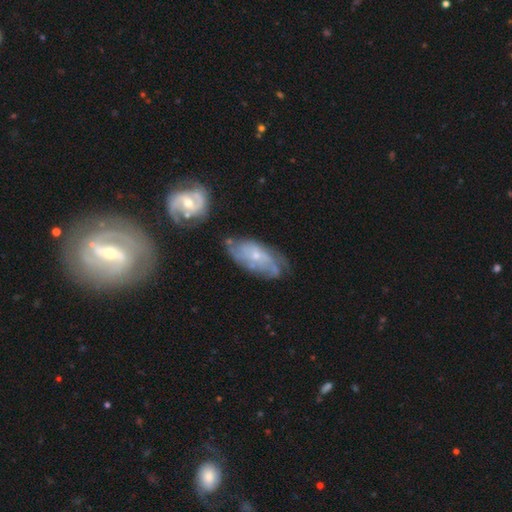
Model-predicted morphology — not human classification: Smooth or featured? Predicted: featured or disk (p=0.70). Edge-on disk? Predicted: no (p=0.92). Bar? Predicted: no (p=0.76). Spiral arms? Predicted: yes (p=0.81). Spiral winding? Predicted: tight (p=0.48). Spiral arm count? Predicted: can't tell (p=0.52). Bulge size? Predicted: small (p=0.73). Merging? Predicted: none (p=0.51).